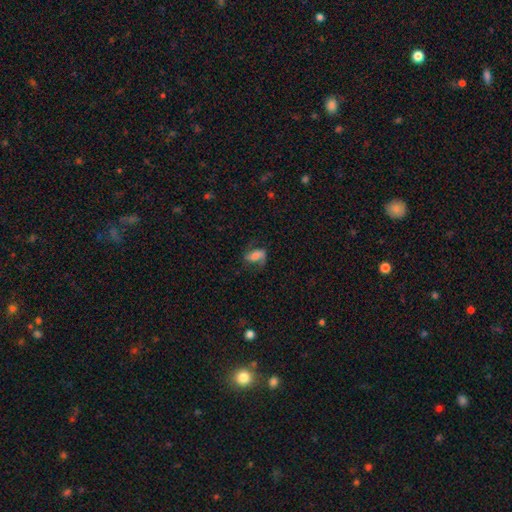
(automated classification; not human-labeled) The model was most divided on "bar": strong: 35%, weak: 34%, no: 31%. Remaining: edge-on disk — no (95%); spiral arms — yes (89%); spiral arm count — 2 (84%); merging — none (65%); smooth or featured — featured or disk (61%); spiral winding — loose (51%); bulge size — moderate (41%).